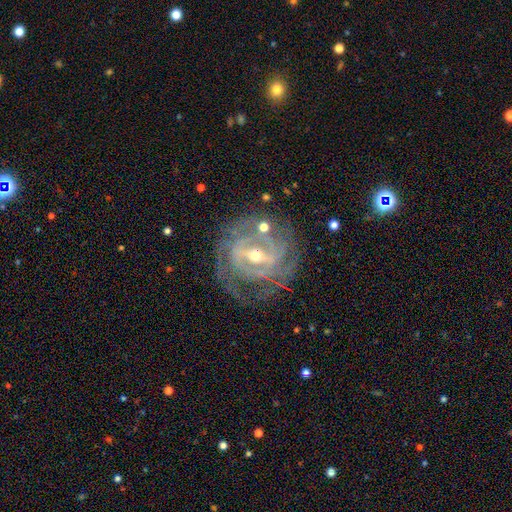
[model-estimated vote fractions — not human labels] featured or disk 90%, star or artifact 6%, smooth 5%. Down the decision tree: edge-on disk — no (95%); bar — strong (57%); spiral arms — yes (95%); spiral arm count — can't tell (28%); spiral winding — tight (68%); bulge size — moderate (52%); merging — none (71%).